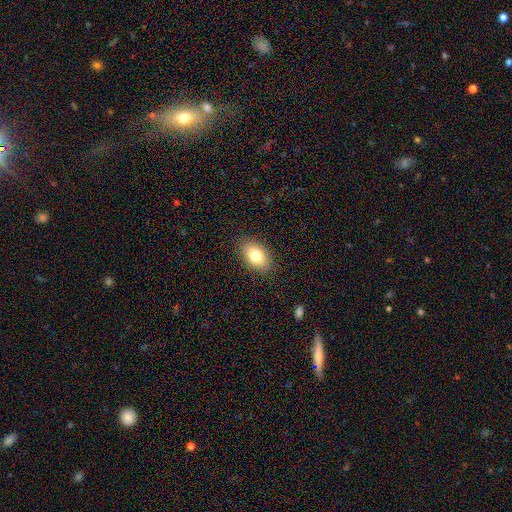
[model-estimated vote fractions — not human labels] This appears to be a smooth galaxy with no disk features (80%) that is in between round and cigar-shaped (89%). Merging: none (87%).